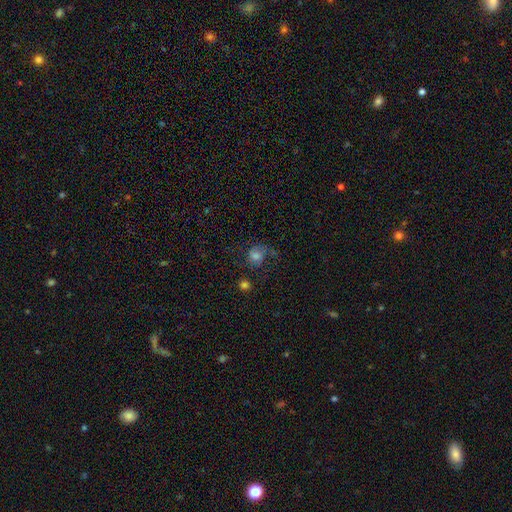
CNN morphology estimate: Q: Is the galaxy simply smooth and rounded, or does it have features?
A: smooth — 55%.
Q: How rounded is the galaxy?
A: round — 65%.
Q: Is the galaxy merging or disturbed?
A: none — 47%.